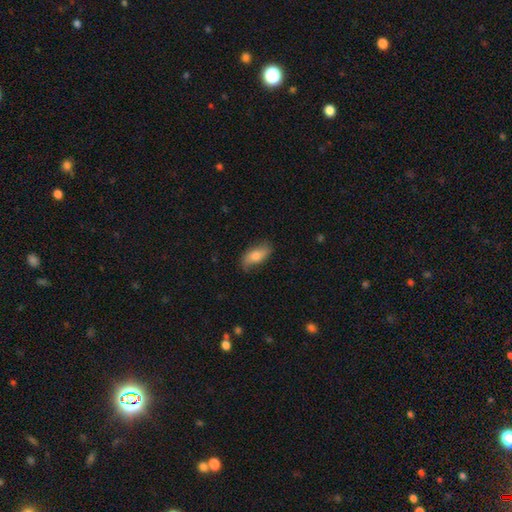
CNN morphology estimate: This is likely a smooth galaxy (67%). How rounded: clearly in between (86%). Merging: likely none (76%).